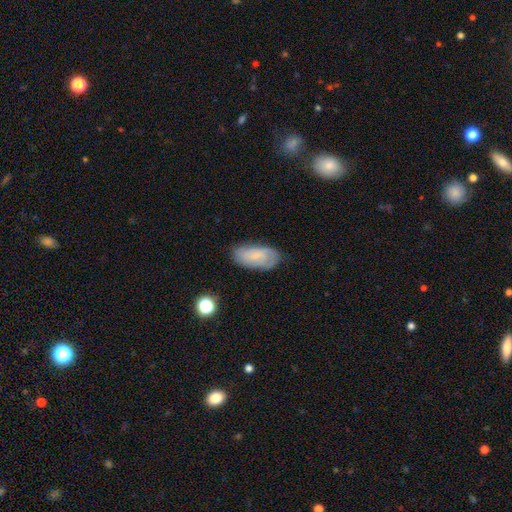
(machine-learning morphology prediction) Smooth or featured: smooth — 65% (featured or disk — 27%)
How rounded: in between — 91% (cigar-shaped — 6%)
Merging: none — 74% (minor disturbance — 20%)